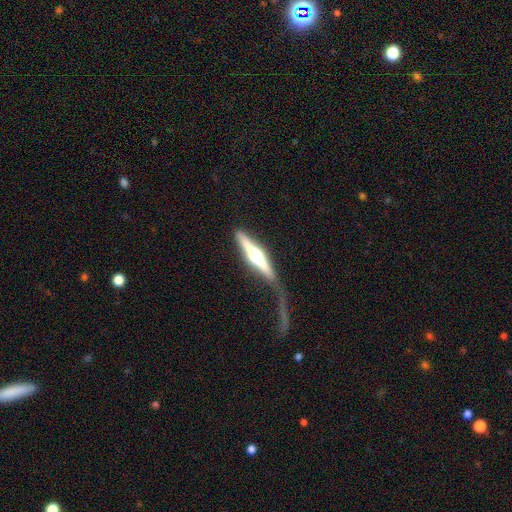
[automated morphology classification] This appears to be a featured or disk galaxy (68%) viewed edge-on (95%) with a rounded central bulge (87%). Merging: none (41%).